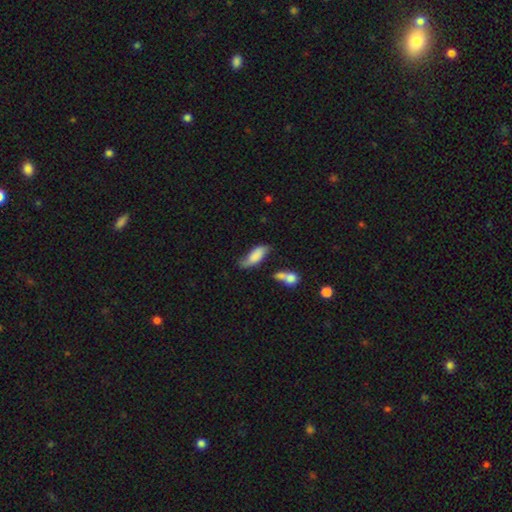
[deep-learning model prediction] Smooth or featured? smooth (63%)
How rounded? in between (76%)
Merging? none (45%)